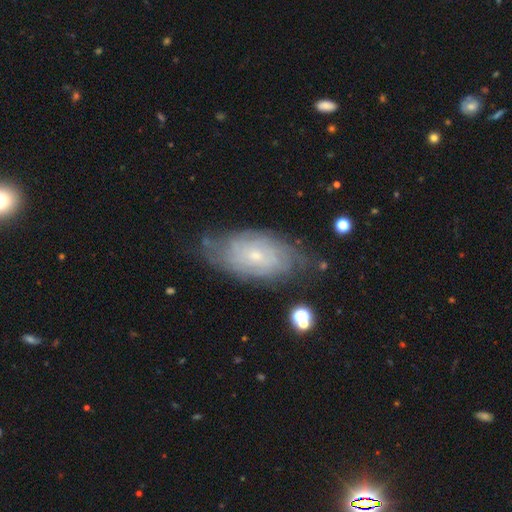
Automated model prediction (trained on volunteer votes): Smooth or featured?
  - featured or disk: 71% *
  - smooth: 21%
  - star or artifact: 8%
Edge-on disk?
  - no: 93% *
  - yes: 7%
Bar?
  - no: 73% *
  - weak: 23%
  - strong: 4%
Spiral arms?
  - yes: 87% *
  - no: 13%
Spiral winding?
  - tight: 72% *
  - medium: 21%
  - loose: 6%
Spiral arm count?
  - can't tell: 62% *
  - 2: 13%
  - 4: 8%
  - 3: 8%
  - more than 4: 5%
  - 1: 4%
Bulge size?
  - small: 72% *
  - moderate: 23%
  - none: 3%
  - large: 1%
  - dominant: 1%
Merging?
  - none: 68% *
  - minor disturbance: 22%
  - major disturbance: 8%
  - merger: 2%